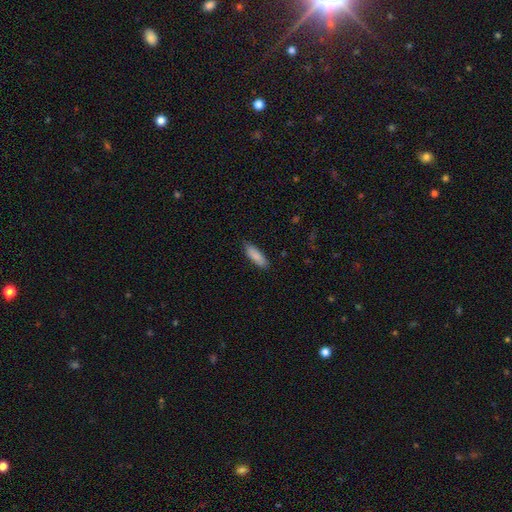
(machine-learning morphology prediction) Smooth or featured?
  - smooth: 87% *
  - featured or disk: 7%
  - star or artifact: 6%
How rounded?
  - in between: 52% *
  - cigar-shaped: 46%
  - round: 2%
Merging?
  - none: 84% *
  - minor disturbance: 13%
  - major disturbance: 2%
  - merger: 1%